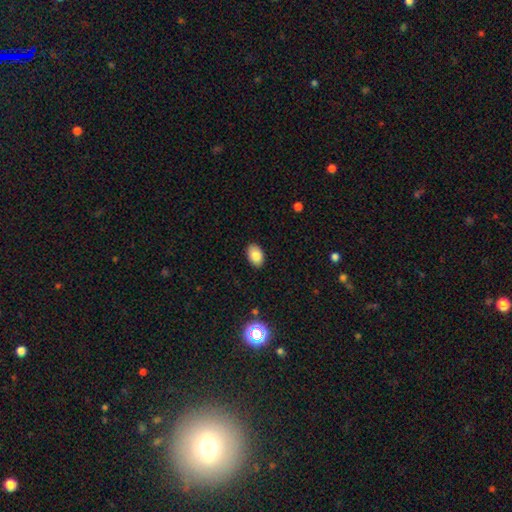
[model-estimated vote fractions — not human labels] Morphology: type=smooth (83%); roundness=in between (89%); merging=none (89%).